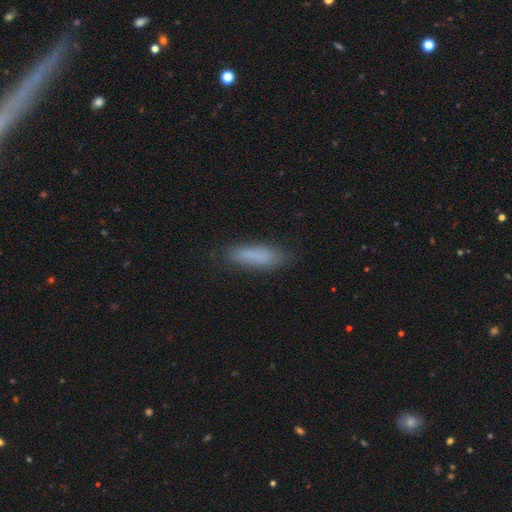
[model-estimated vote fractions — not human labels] Smooth or featured? Predicted: smooth (p=0.82). How rounded? Predicted: cigar-shaped (p=0.61). Merging? Predicted: none (p=0.81).